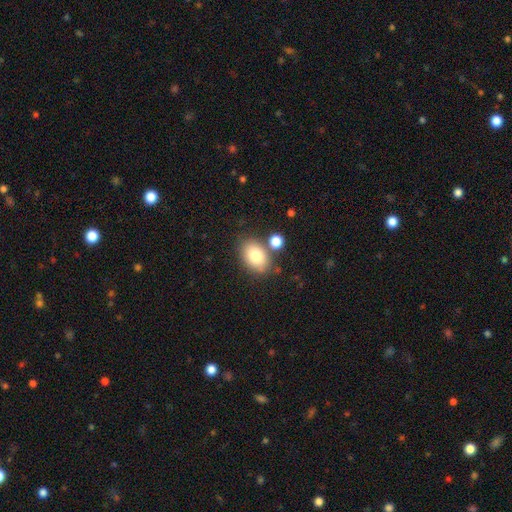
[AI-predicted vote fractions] Smooth or featured: smooth — 79% (featured or disk — 12%)
How rounded: in between — 77% (round — 21%)
Merging: none — 71% (merger — 13%)